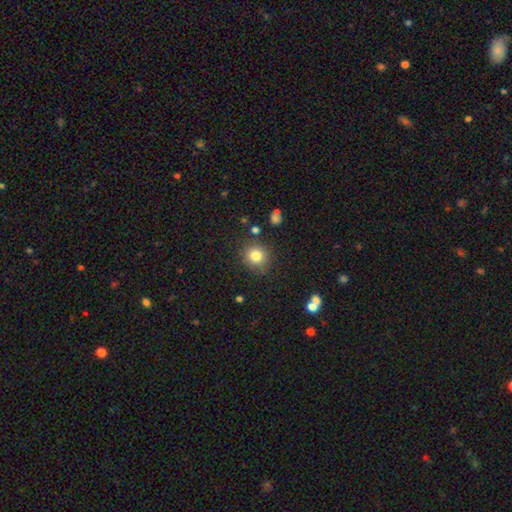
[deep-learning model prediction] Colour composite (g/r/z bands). It shows a smooth galaxy with no disk features (81%) that is round (89%). Merging: none (86%).